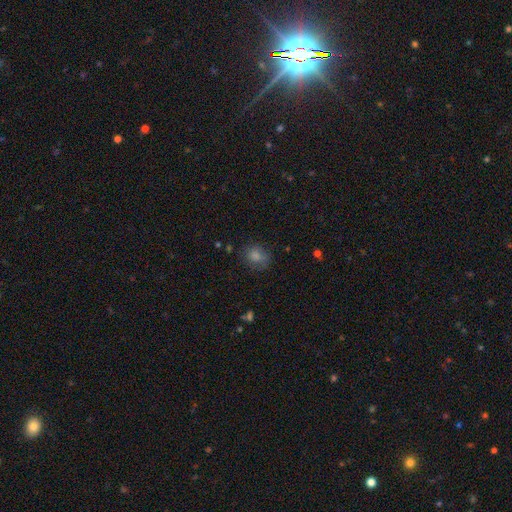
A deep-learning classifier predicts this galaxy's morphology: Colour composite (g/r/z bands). It shows a smooth galaxy with no disk features (69%) that is round (66%). Merging: none (77%).